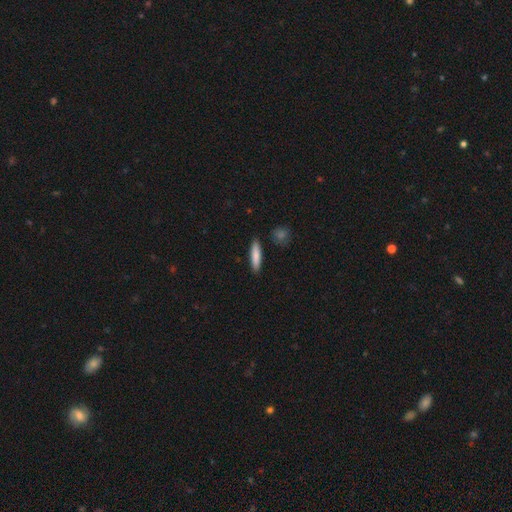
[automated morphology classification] type=smooth (84%); roundness=cigar-shaped (80%); merging=none (89%).